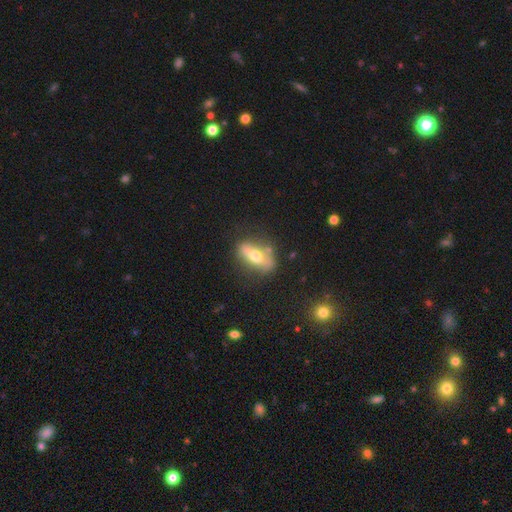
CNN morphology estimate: The model was most divided on "smooth or featured": smooth: 52%, featured or disk: 40%, star or artifact: 8%. More confident: how rounded — in between (77%); merging — none (70%).